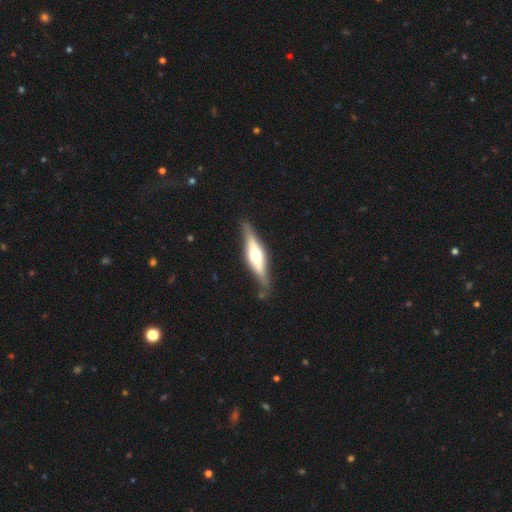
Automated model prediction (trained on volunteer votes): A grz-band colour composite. It shows a featured or disk galaxy (69%) viewed edge-on (94%) with a rounded central bulge (90%). Merging: none (83%).